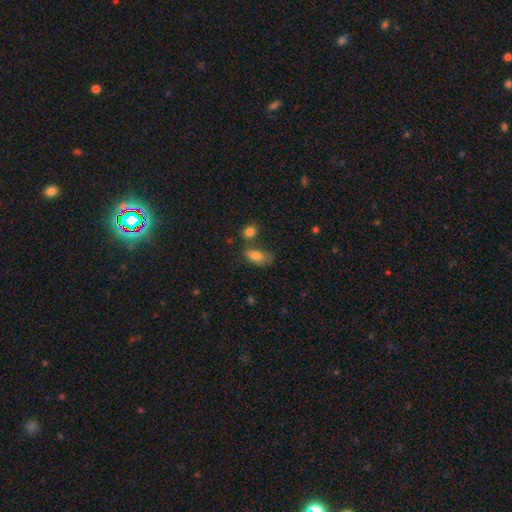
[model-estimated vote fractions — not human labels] Smooth or featured?
  - smooth: 78% *
  - featured or disk: 13%
  - star or artifact: 9%
How rounded?
  - in between: 88% *
  - round: 8%
  - cigar-shaped: 4%
Merging?
  - none: 38% *
  - minor disturbance: 25%
  - merger: 23%
  - major disturbance: 14%